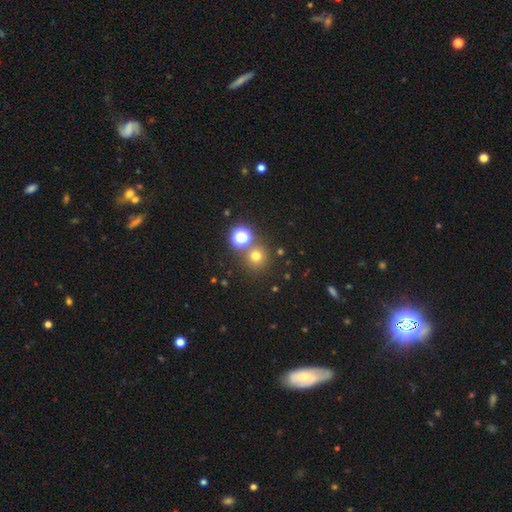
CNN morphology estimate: This appears to be a smooth galaxy with no disk features (69%) that is round (93%). Merging: none (78%).